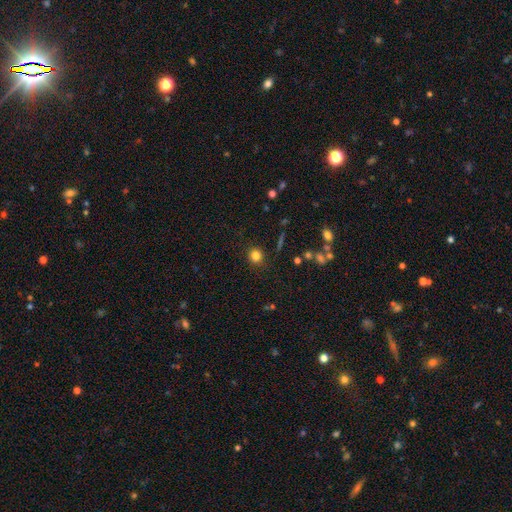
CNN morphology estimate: Smooth or featured?
  - smooth: 81% *
  - star or artifact: 13%
  - featured or disk: 6%
How rounded?
  - round: 87% *
  - in between: 12%
  - cigar-shaped: 1%
Merging?
  - none: 88% *
  - minor disturbance: 8%
  - major disturbance: 3%
  - merger: 2%